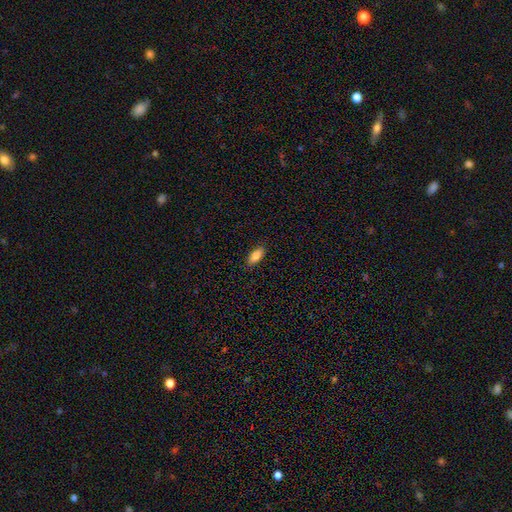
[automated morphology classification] Q: Smooth or featured?
A: smooth (85%); runner-up: featured or disk (8%)
Q: How rounded?
A: in between (87%); runner-up: cigar-shaped (10%)
Q: Merging?
A: none (87%); runner-up: minor disturbance (10%)